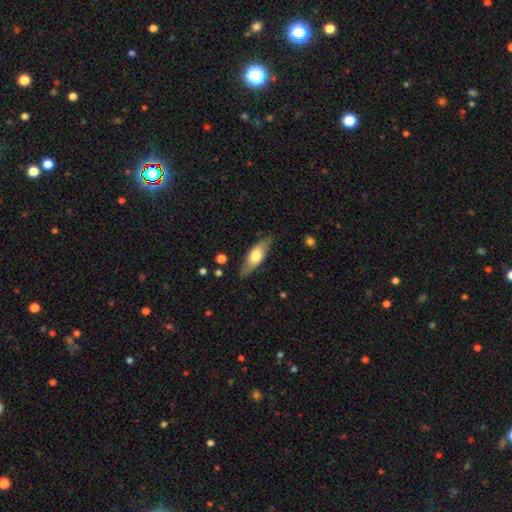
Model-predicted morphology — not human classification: smooth 54%, featured or disk 41%, star or artifact 5%. Down the decision tree: how rounded — in between (53%); merging — none (83%).